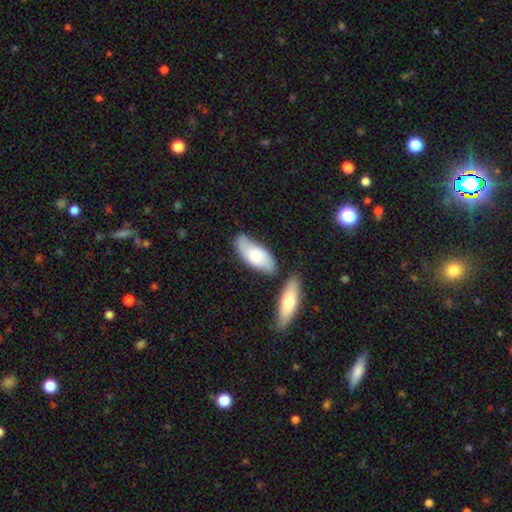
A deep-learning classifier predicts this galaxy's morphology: smooth_or_featured: smooth (p=0.65) [alt: featured or disk p=0.29]
how_rounded: in between (p=0.81) [alt: cigar-shaped p=0.17]
merging: none (p=0.65) [alt: minor disturbance p=0.17]